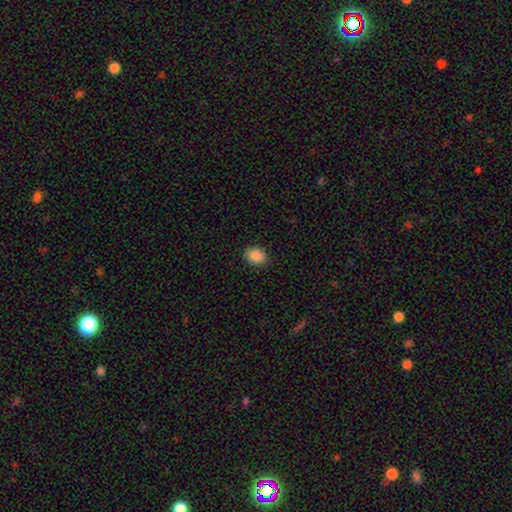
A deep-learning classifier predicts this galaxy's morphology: smooth 89%, star or artifact 8%, featured or disk 3%. Down the decision tree: how rounded — in between (60%); merging — none (87%).